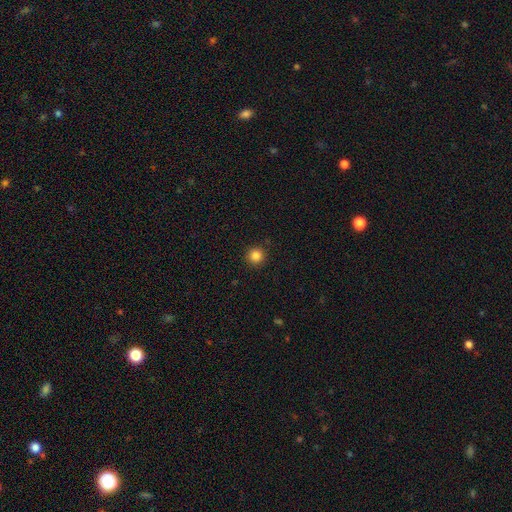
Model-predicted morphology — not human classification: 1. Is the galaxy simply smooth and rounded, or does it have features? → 84% smooth, 12% star or artifact, 4% featured or disk.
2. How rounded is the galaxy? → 95% round, 4% in between, 1% cigar-shaped.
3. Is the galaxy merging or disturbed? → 92% none, 5% minor disturbance, 2% major disturbance, 1% merger.